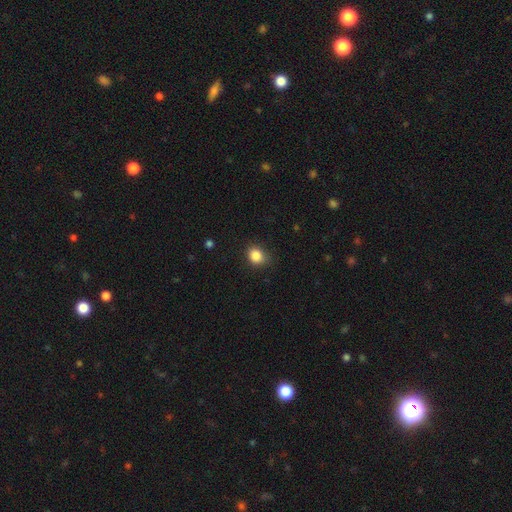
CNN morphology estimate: Smooth or featured?
  - smooth: 86% *
  - star or artifact: 10%
  - featured or disk: 4%
How rounded?
  - round: 64% *
  - in between: 35%
  - cigar-shaped: 1%
Merging?
  - none: 79% *
  - minor disturbance: 17%
  - major disturbance: 4%
  - merger: 1%